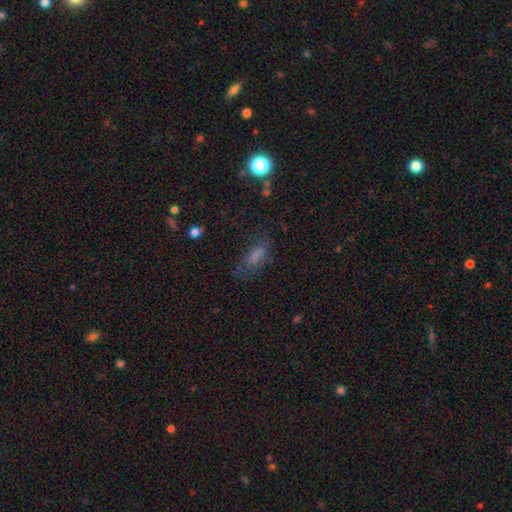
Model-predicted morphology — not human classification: Overall: smooth (58%; featured or disk 22%). How rounded: in between (78%). Merging: none (52%; minor disturbance 24%).